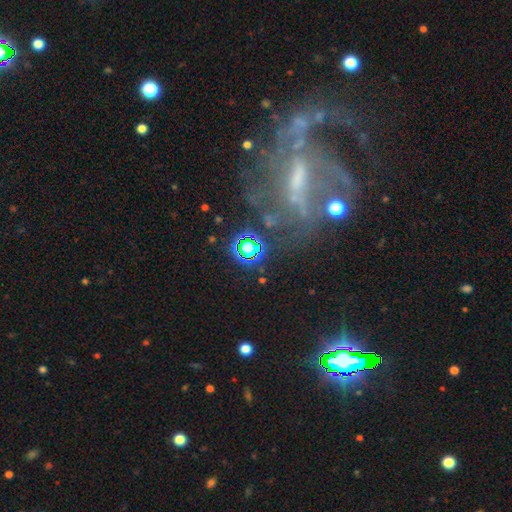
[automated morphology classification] Overall: featured or disk (58%; star or artifact 29%). Edge-on disk: no (89%). Bar: strong (38%; weak 34%). Spiral arms: yes (55%; no 45%). Bulge size: small (34%, tied with none). Merging: none (48%; major disturbance 29%).